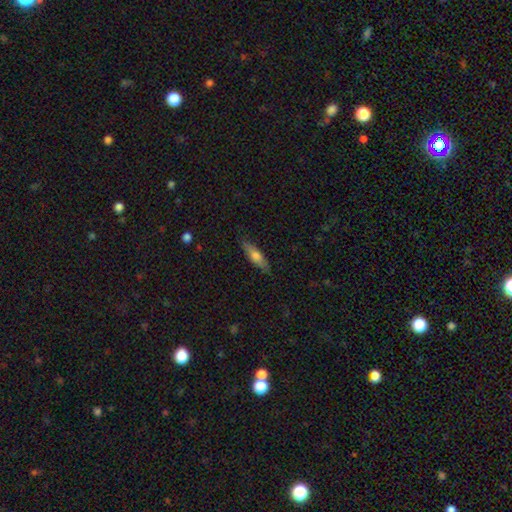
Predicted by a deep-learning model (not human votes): Q: Smooth or featured?
A: smooth (60%); runner-up: featured or disk (34%)
Q: How rounded?
A: cigar-shaped (61%); runner-up: in between (37%)
Q: Merging?
A: none (86%); runner-up: minor disturbance (11%)